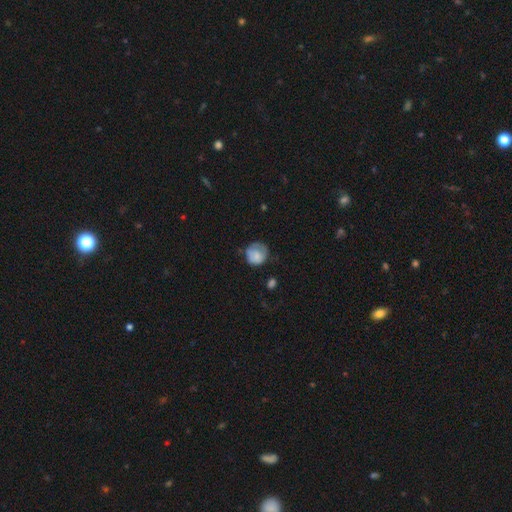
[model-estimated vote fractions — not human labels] Q: Smooth or featured?
A: smooth (69%); runner-up: featured or disk (23%)
Q: How rounded?
A: round (81%); runner-up: in between (18%)
Q: Merging?
A: none (47%); runner-up: minor disturbance (33%)